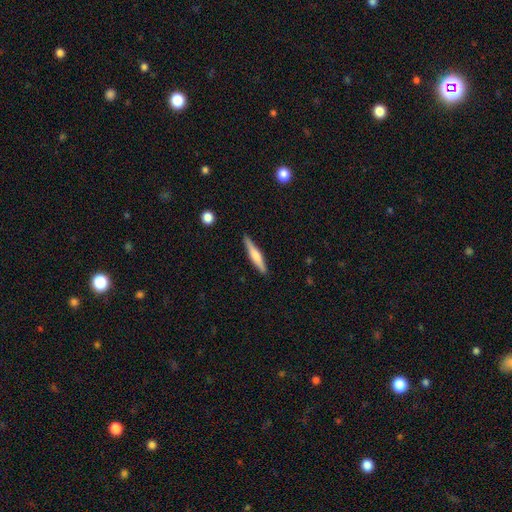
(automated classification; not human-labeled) A featured or disk galaxy (50%) viewed edge-on (97%).

Vote fractions:
- Smooth or featured? featured or disk: 50% / smooth: 44% / star or artifact: 6%
- Edge-on disk? yes: 97% / no: 3%
- Merging? none: 89% / minor disturbance: 8% / major disturbance: 2% / merger: 1%